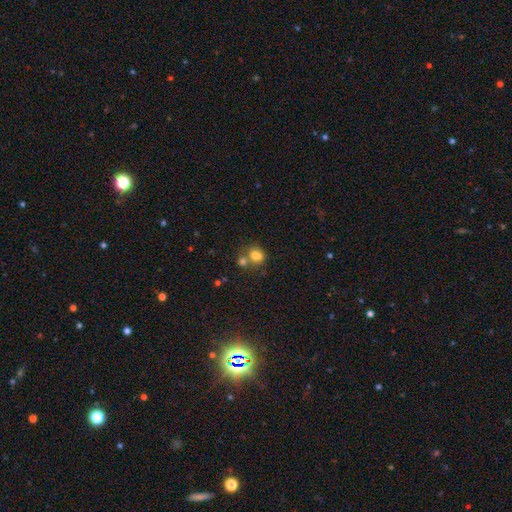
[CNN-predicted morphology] smooth 78%, star or artifact 12%, featured or disk 10%. Down the decision tree: how rounded — round (58%); merging — none (42%).